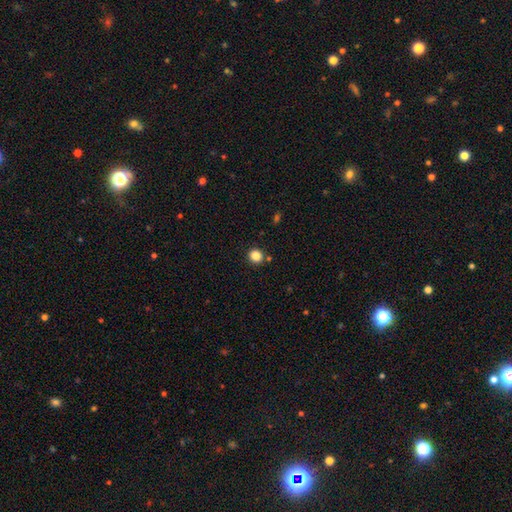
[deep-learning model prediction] Morphology: type=smooth (84%); roundness=round (91%); merging=none (88%).